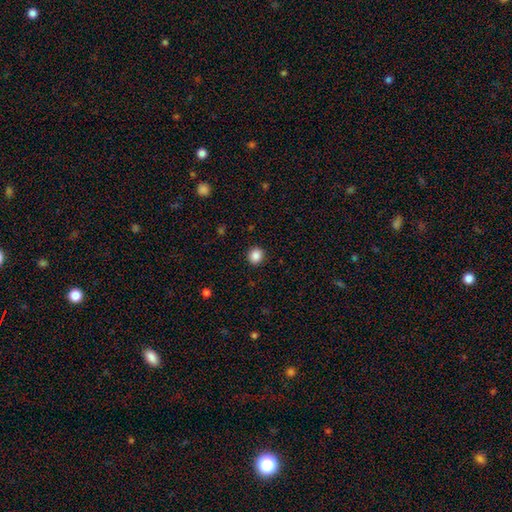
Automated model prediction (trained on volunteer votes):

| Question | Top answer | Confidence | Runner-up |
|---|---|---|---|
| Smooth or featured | smooth | 87% | star or artifact (10%) |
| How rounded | round | 85% | in between (14%) |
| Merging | none | 91% | minor disturbance (6%) |